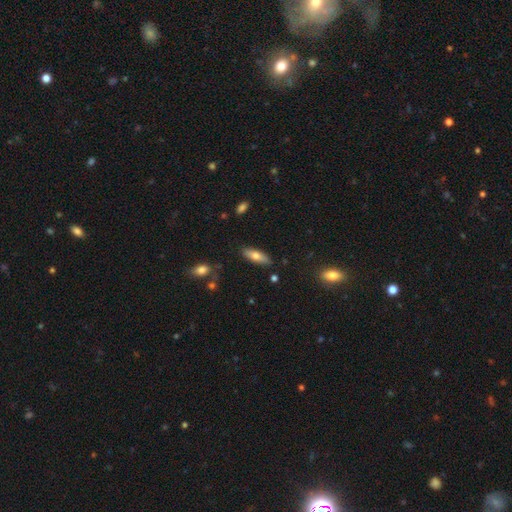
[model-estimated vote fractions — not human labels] Q: Smooth or featured?
A: smooth (70%); runner-up: featured or disk (23%)
Q: How rounded?
A: in between (53%); runner-up: cigar-shaped (45%)
Q: Merging?
A: none (84%); runner-up: minor disturbance (12%)